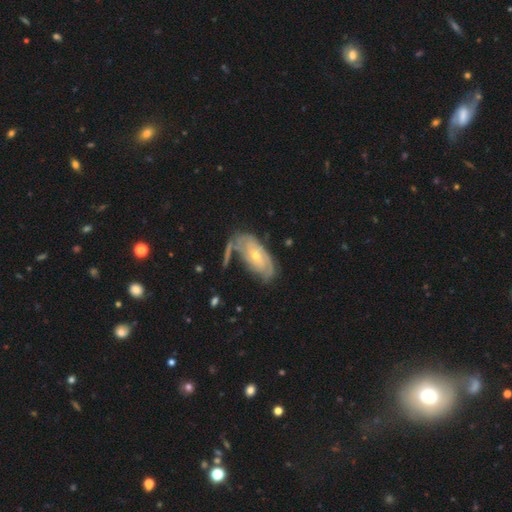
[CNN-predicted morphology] This appears to be a featured or disk galaxy (75%) with no bar (64%), tight (63%) spiral arms (88%) and a small central bulge (62%). Merging: none (58%).